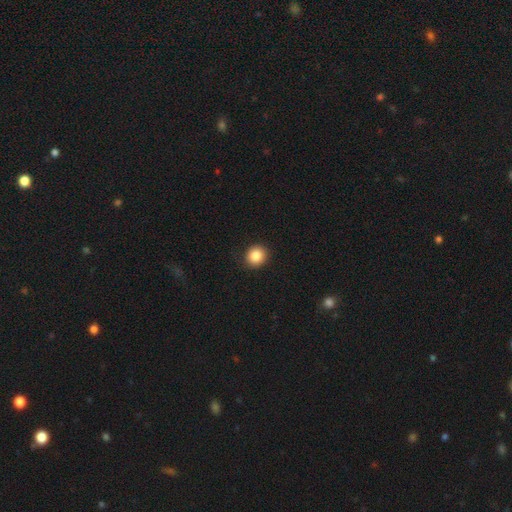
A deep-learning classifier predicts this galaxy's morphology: Smooth or featured? smooth (86%)
How rounded? round (84%)
Merging? none (91%)